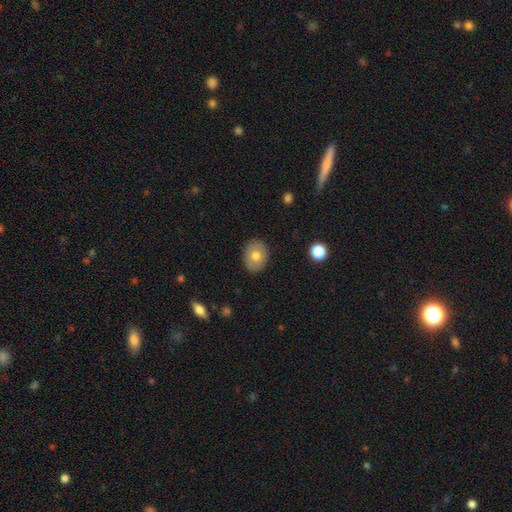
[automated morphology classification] This is likely a smooth galaxy (72%). How rounded: possibly in between (53%). Merging: clearly none (87%).